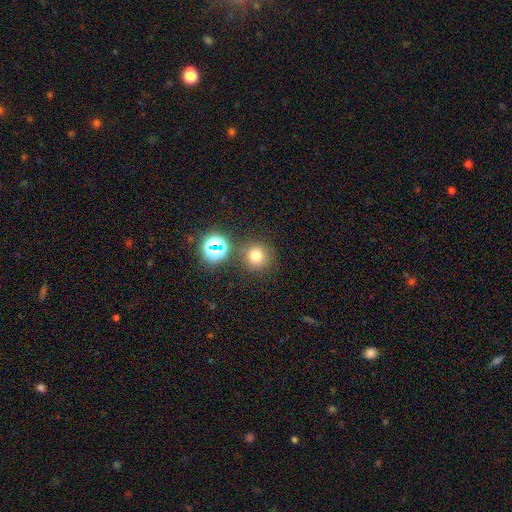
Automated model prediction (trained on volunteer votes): Smooth or featured: smooth — 70% (star or artifact — 21%)
How rounded: round — 93% (in between — 6%)
Merging: none — 78% (merger — 10%)